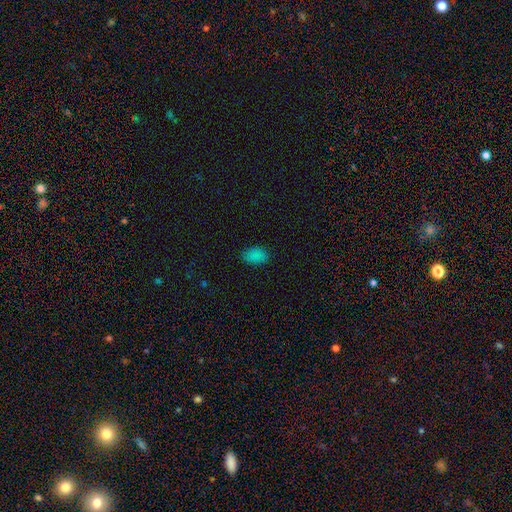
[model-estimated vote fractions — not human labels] This appears to be a smooth galaxy with no disk features (84%) that is in between round and cigar-shaped (91%). Merging: none (83%).